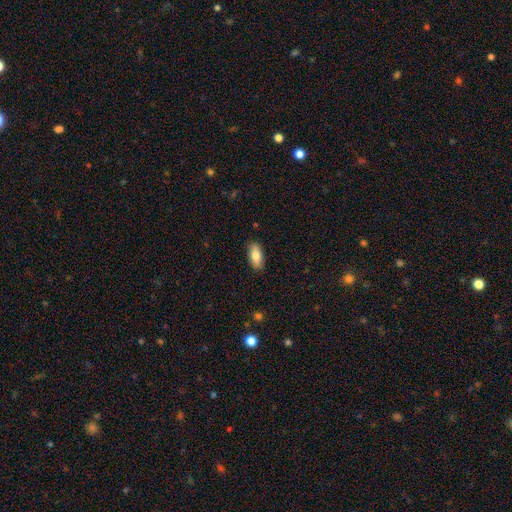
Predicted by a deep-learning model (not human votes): Smooth or featured?
  - smooth: 81% *
  - featured or disk: 12%
  - star or artifact: 6%
How rounded?
  - in between: 84% *
  - cigar-shaped: 13%
  - round: 3%
Merging?
  - none: 86% *
  - minor disturbance: 10%
  - major disturbance: 2%
  - merger: 1%